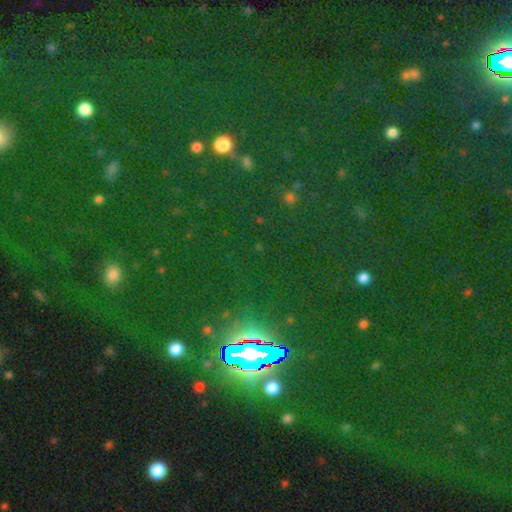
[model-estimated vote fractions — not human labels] Morphology: type=star or artifact (78%).